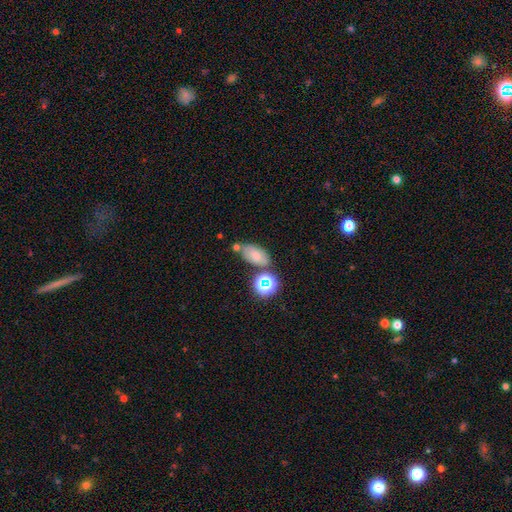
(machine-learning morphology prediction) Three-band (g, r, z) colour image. It shows a smooth galaxy with no disk features (67%) that is in between round and cigar-shaped (85%). Merging: none (63%).